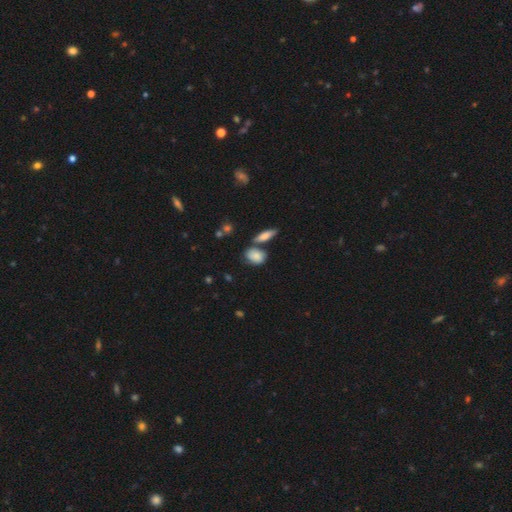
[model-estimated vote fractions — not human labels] smooth 80%, featured or disk 12%, star or artifact 8%. Down the decision tree: how rounded — in between (74%); merging — none (57%).